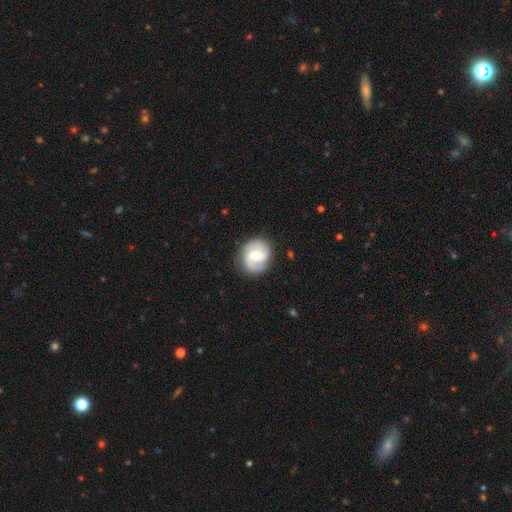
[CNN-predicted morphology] This appears to be a featured or disk galaxy (70%) with a weak bar (53%), 2 (78%) medium (47%) spiral arms (94%) and a moderate central bulge (49%). Merging: none (81%).